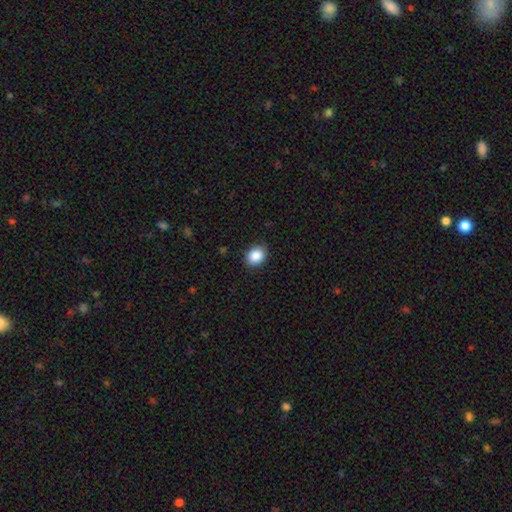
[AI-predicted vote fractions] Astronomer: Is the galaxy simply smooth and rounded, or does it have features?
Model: smooth — 88%.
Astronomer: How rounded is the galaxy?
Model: in between — 53% (runner-up: round, 46%).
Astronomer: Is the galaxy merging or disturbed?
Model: none — 88%.